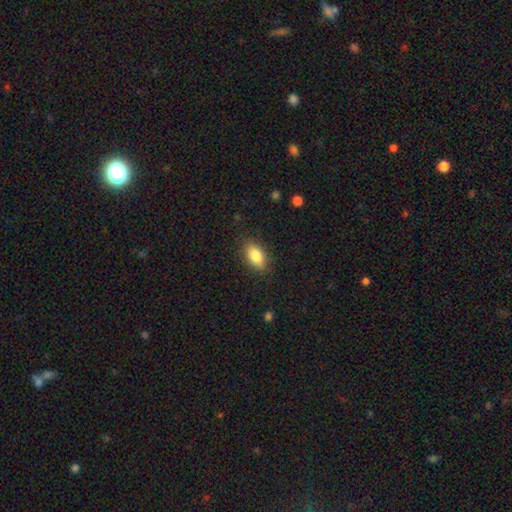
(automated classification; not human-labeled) Smooth or featured? Predicted: smooth (p=0.83). How rounded? Predicted: in between (p=0.88). Merging? Predicted: none (p=0.85).